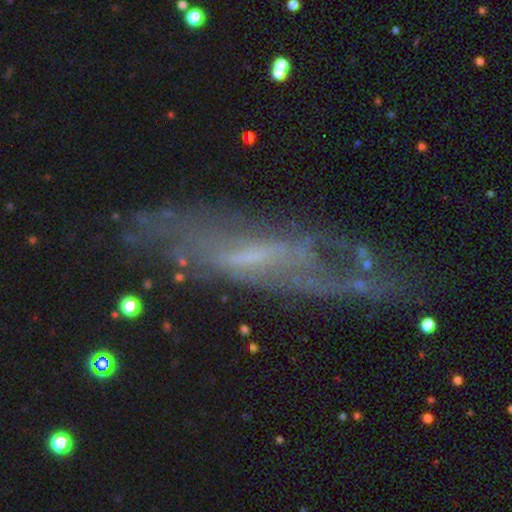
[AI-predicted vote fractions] The model was most divided on "bar": weak: 45%, no: 40%, strong: 15%. More confident: spiral arms — yes (89%); smooth or featured — featured or disk (78%); merging — none (75%); edge-on disk — no (71%); bulge size — small (62%).